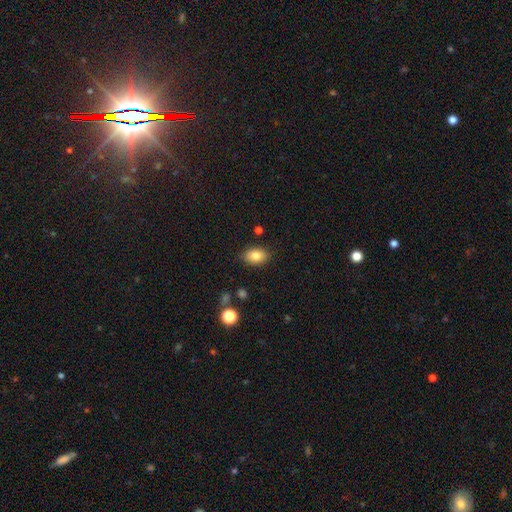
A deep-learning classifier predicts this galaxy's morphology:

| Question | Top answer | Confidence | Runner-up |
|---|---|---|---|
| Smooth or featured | smooth | 83% | featured or disk (9%) |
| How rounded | in between | 85% | round (14%) |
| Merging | none | 85% | minor disturbance (11%) |